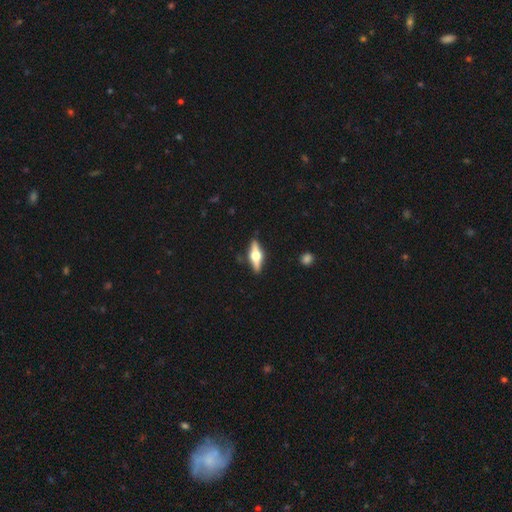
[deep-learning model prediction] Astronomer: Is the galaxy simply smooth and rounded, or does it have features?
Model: featured or disk — 71%.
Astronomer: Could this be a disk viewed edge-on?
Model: yes — 96%.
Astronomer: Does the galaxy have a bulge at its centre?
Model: rounded — 95%.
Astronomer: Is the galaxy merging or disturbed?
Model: none — 88%.